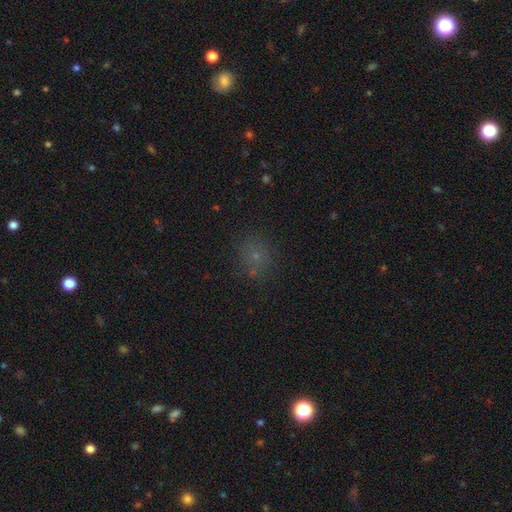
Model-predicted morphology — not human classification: The model was most divided on "smooth or featured": smooth: 62%, star or artifact: 28%, featured or disk: 10%. More confident: how rounded — round (81%); merging — none (78%).